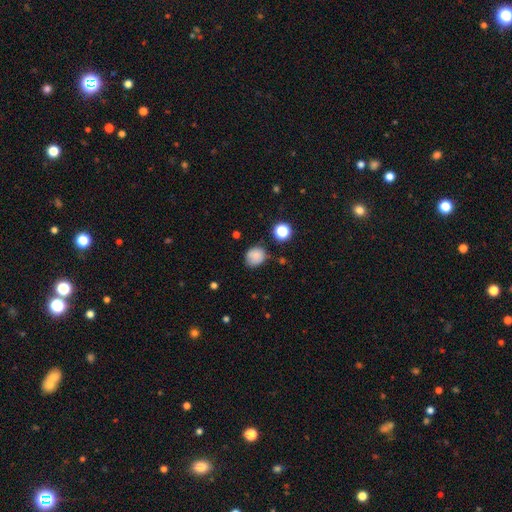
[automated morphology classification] This appears to be a smooth galaxy with no disk features (80%) that is round (78%). Merging: none (71%).